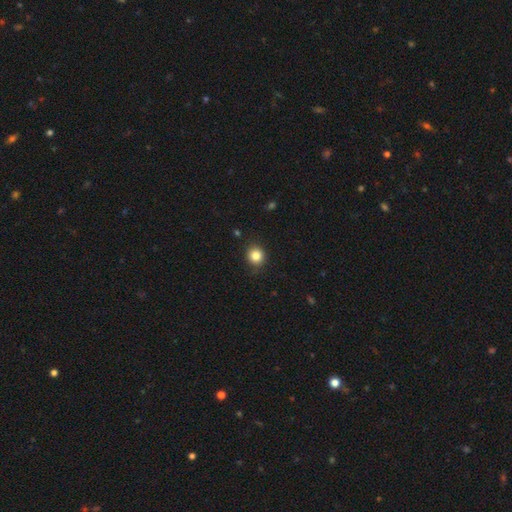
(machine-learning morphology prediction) Q: Smooth or featured?
A: smooth (84%); runner-up: star or artifact (11%)
Q: How rounded?
A: round (87%); runner-up: in between (12%)
Q: Merging?
A: none (86%); runner-up: minor disturbance (11%)